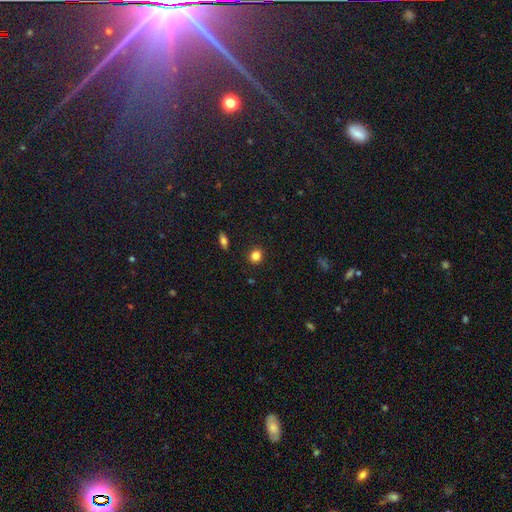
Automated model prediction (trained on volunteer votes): This appears to be a smooth galaxy with no disk features (84%) that is round (80%). Merging: none (90%).